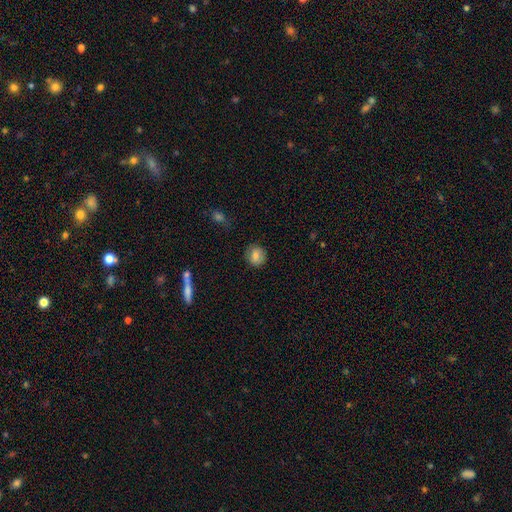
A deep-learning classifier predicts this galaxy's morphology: smooth-or-featured: smooth: 76% | featured or disk: 15% | star or artifact: 9%
  how-rounded: round: 85% | in between: 14% | cigar-shaped: 1%
  merging: none: 86% | minor disturbance: 10% | major disturbance: 3% | merger: 1%